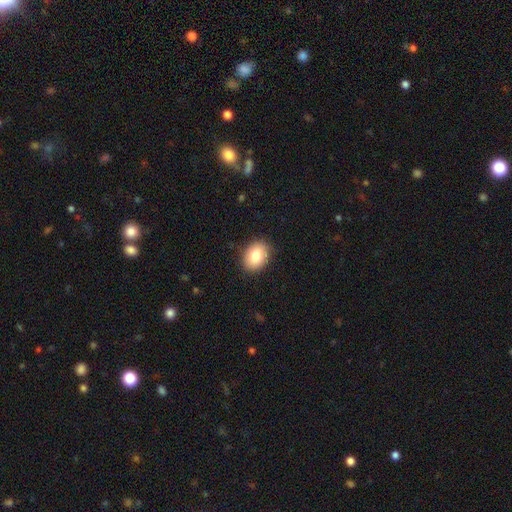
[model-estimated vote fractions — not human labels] smooth 82%, featured or disk 10%, star or artifact 8%. Down the decision tree: how rounded — in between (70%); merging — none (87%).